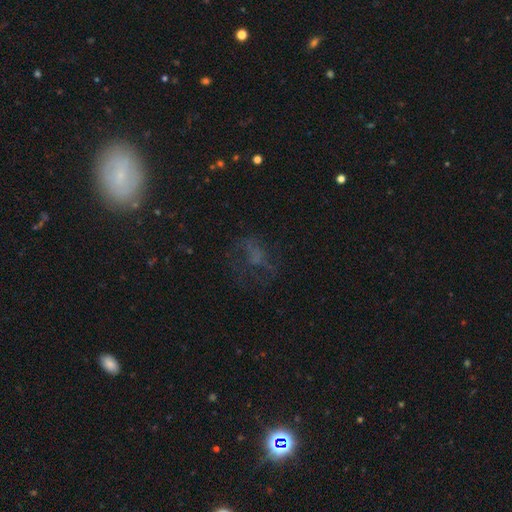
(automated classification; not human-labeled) This is marginally a featured or disk galaxy (35%). Merging: possibly none (48%).